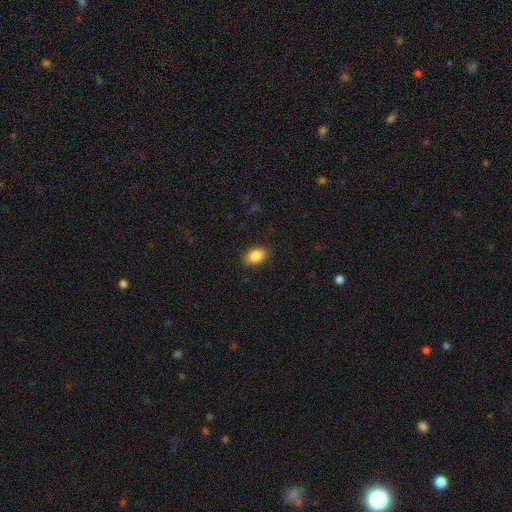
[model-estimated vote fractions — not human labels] A smooth galaxy with no disk features (87%) that is in between round and cigar-shaped (85%). Merging: none (88%).